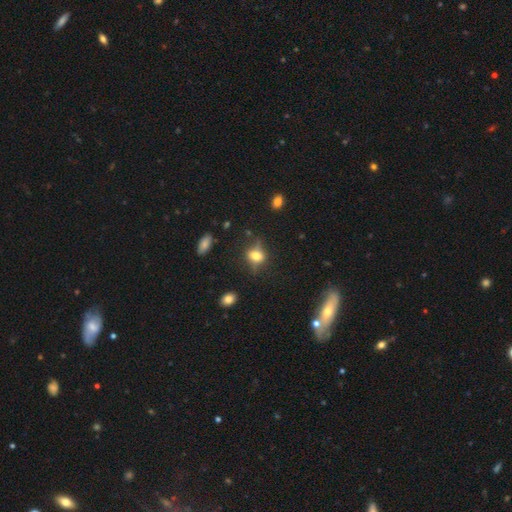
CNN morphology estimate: The model was most divided on "how rounded": round: 49%, in between: 46%, cigar-shaped: 5%. More confident: merging — none (67%); smooth or featured — smooth (55%).